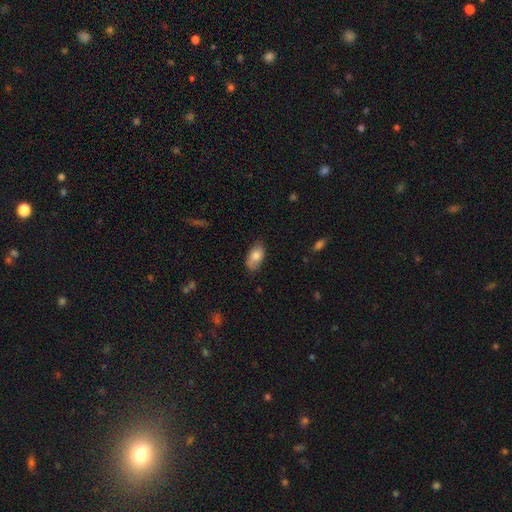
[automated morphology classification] A smooth galaxy with no disk features (79%) that is in between round and cigar-shaped (92%). Merging: none (67%).